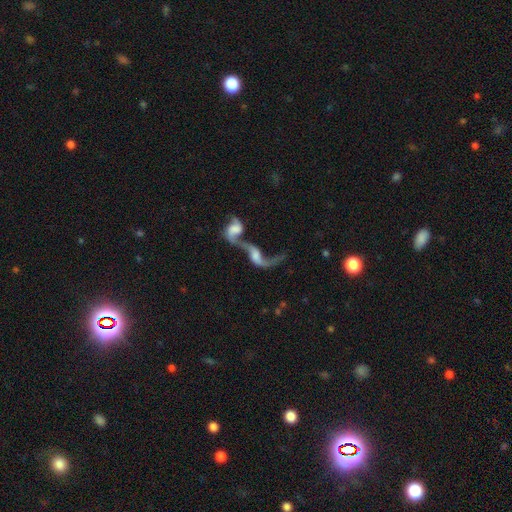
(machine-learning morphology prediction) featured or disk 75%, smooth 17%, star or artifact 8%. Down the decision tree: edge-on disk — no (90%); bar — no (50%); spiral arms — yes (82%); spiral arm count — 2 (75%); spiral winding — loose (90%); bulge size — moderate (32%); merging — merger (77%).